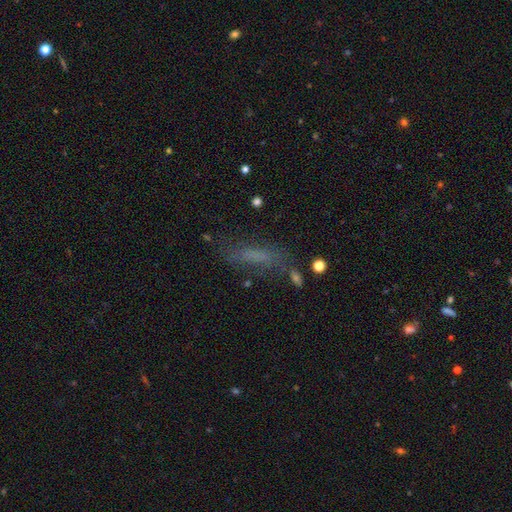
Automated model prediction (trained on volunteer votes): smooth 57%, featured or disk 26%, star or artifact 17%. Down the decision tree: how rounded — cigar-shaped (70%); merging — none (59%).